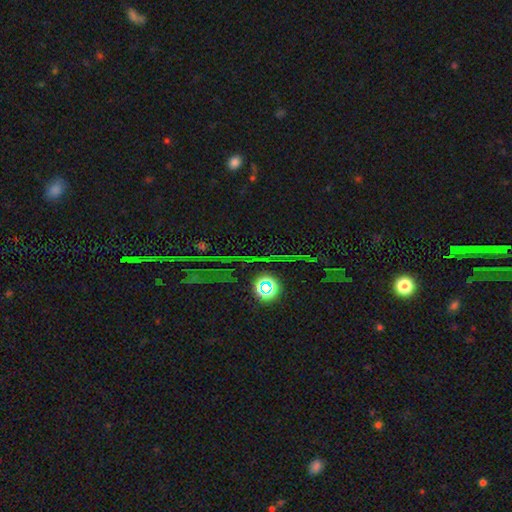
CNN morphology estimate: Q: Smooth or featured?
A: star or artifact (71%); runner-up: smooth (18%)